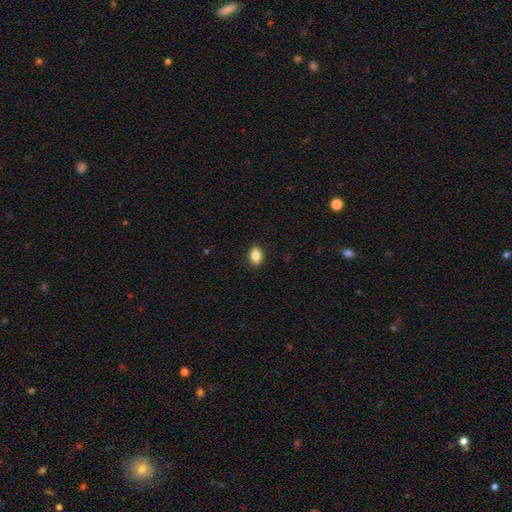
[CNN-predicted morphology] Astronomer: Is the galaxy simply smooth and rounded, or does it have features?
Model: smooth — 85%.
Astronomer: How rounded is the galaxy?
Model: in between — 79%.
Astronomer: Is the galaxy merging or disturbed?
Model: none — 90%.